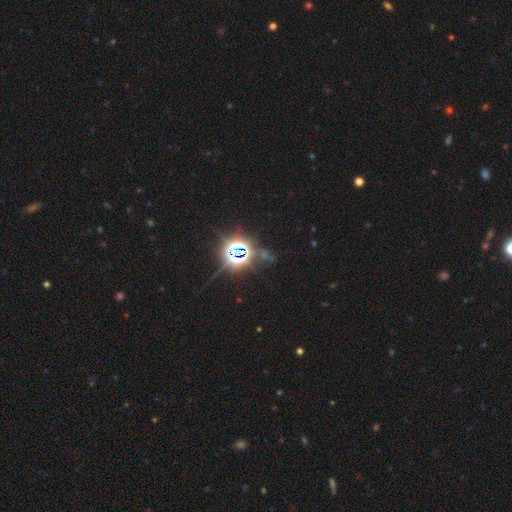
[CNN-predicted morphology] The model was most divided on "smooth or featured": star or artifact: 78%, smooth: 15%, featured or disk: 6%.